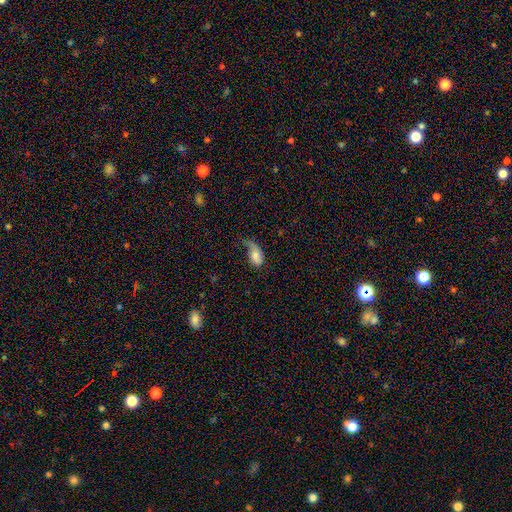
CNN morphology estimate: Overall: smooth (69%). How rounded: in between (91%). Merging: major disturbance (43%; minor disturbance 30%).